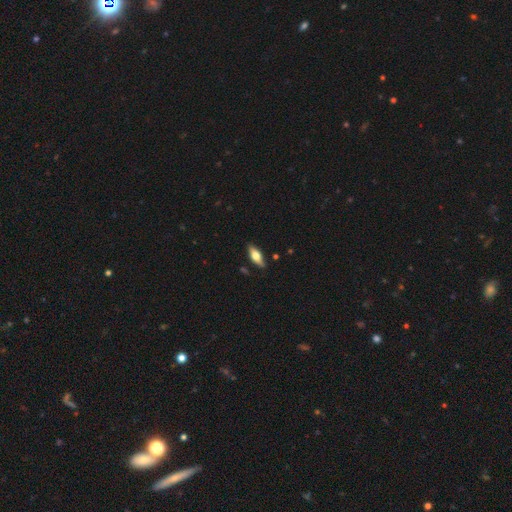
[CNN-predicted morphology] A smooth galaxy with no disk features (57%) that is in between round and cigar-shaped (70%).

Vote fractions:
- Smooth or featured? smooth: 57% / featured or disk: 37% / star or artifact: 6%
- How rounded? in between: 70% / cigar-shaped: 27% / round: 3%
- Merging? none: 85% / minor disturbance: 11% / major disturbance: 2% / merger: 1%